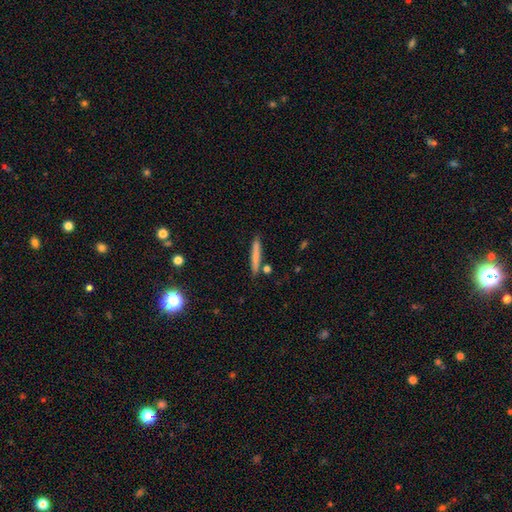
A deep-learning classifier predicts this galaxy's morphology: The model was most divided on "smooth or featured": smooth: 74%, featured or disk: 19%, star or artifact: 7%. More confident: how rounded — cigar-shaped (94%); merging — none (85%).